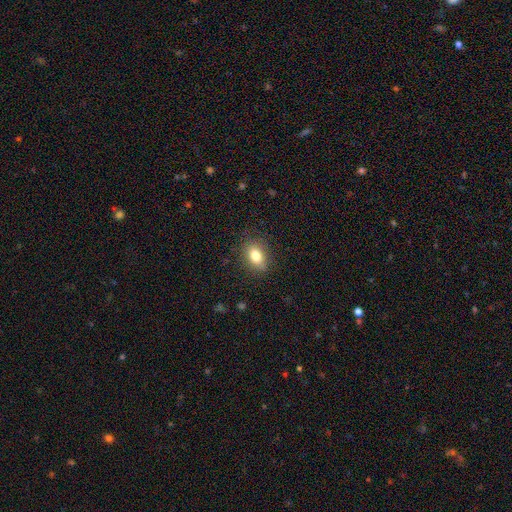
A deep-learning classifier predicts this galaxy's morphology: smooth 81%, featured or disk 10%, star or artifact 9%. Down the decision tree: how rounded — in between (76%); merging — none (84%).